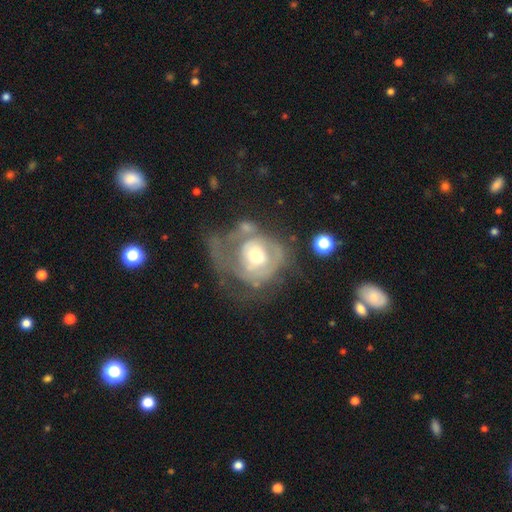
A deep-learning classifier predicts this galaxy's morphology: featured or disk 67%, smooth 26%, star or artifact 7%. Down the decision tree: edge-on disk — no (97%); bar — no (73%); spiral arms — yes (54%); bulge size — moderate (55%); merging — major disturbance (44%).